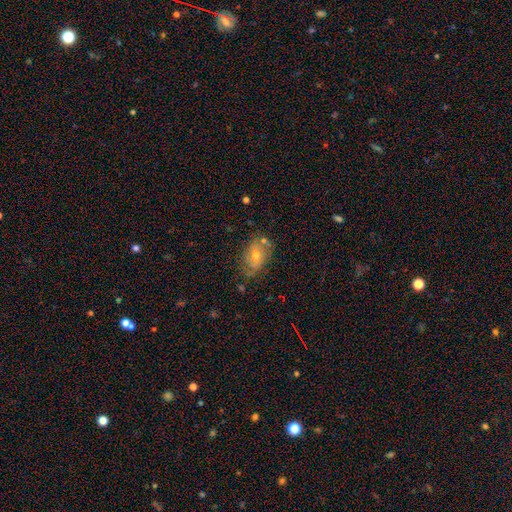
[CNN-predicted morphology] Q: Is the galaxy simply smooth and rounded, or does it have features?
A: featured or disk — 47%.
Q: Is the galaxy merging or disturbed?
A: none — 62%.